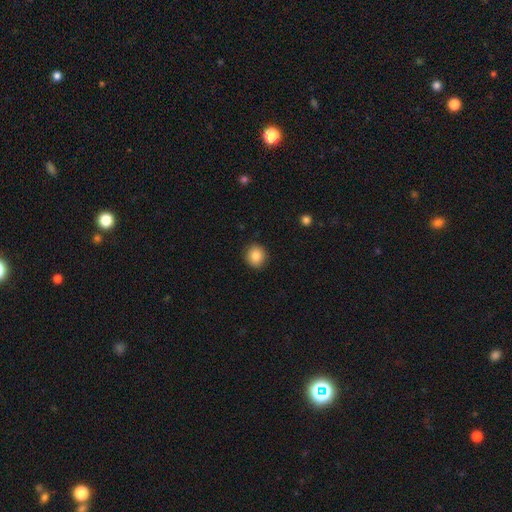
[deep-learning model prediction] Overall: smooth (85%). How rounded: round (86%). Merging: none (91%).